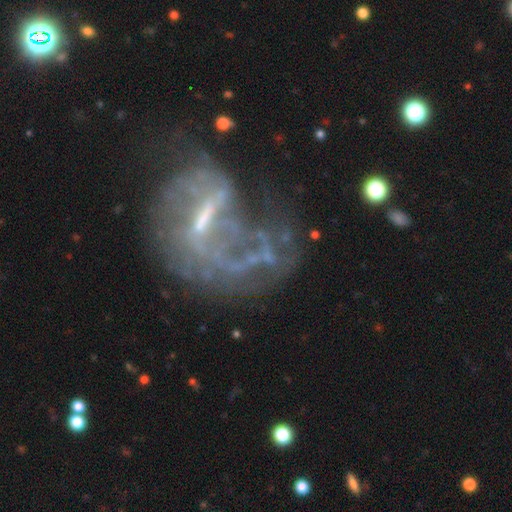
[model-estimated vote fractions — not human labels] Overall: featured or disk (77%). Edge-on disk: no (96%). Bar: weak (45%; strong 35%). Spiral arms: yes (65%; no 35%). Bulge size: small (46%; none 28%). Merging: major disturbance (45%; none 31%).